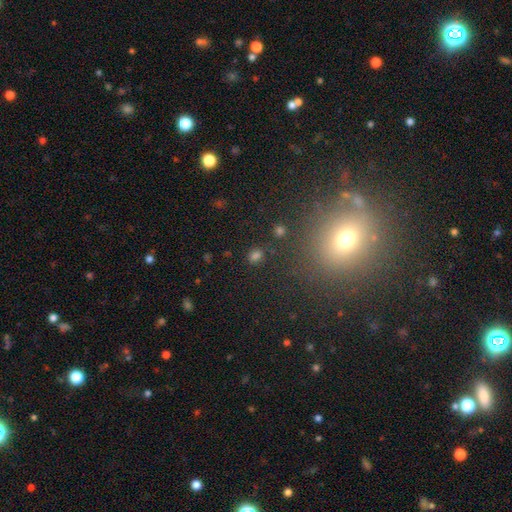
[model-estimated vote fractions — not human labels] Morphology: type=smooth (71%); roundness=in between (56%); merging=none (82%).